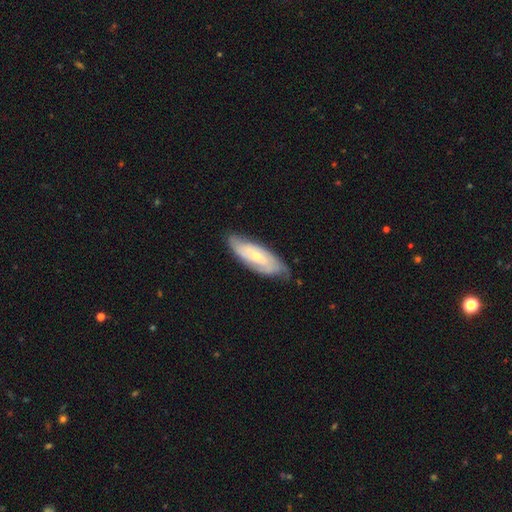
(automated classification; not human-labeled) Smooth or featured? featured or disk (64%)
Edge-on disk? no (82%)
Bar? no (72%)
Spiral arms? yes (84%)
Bulge size? small (64%)
Merging? none (73%)